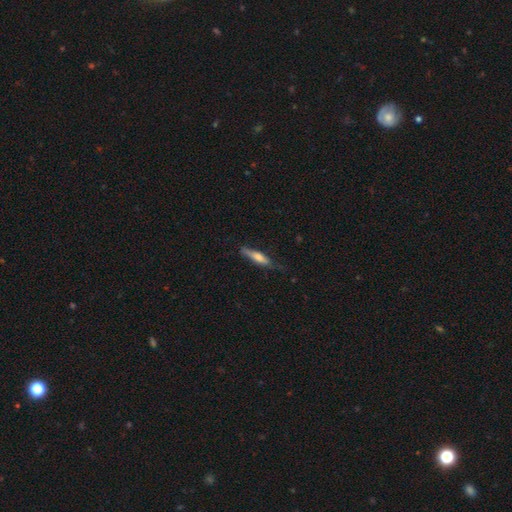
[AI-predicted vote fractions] Smooth or featured: smooth — 51% (featured or disk — 42%)
How rounded: cigar-shaped — 83% (in between — 16%)
Merging: none — 70% (minor disturbance — 23%)